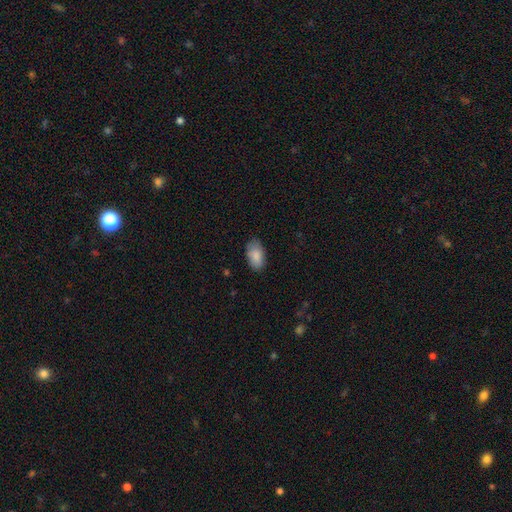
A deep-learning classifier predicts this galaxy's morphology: Q: Smooth or featured?
A: smooth (88%); runner-up: star or artifact (7%)
Q: How rounded?
A: in between (94%); runner-up: round (4%)
Q: Merging?
A: none (78%); runner-up: minor disturbance (17%)